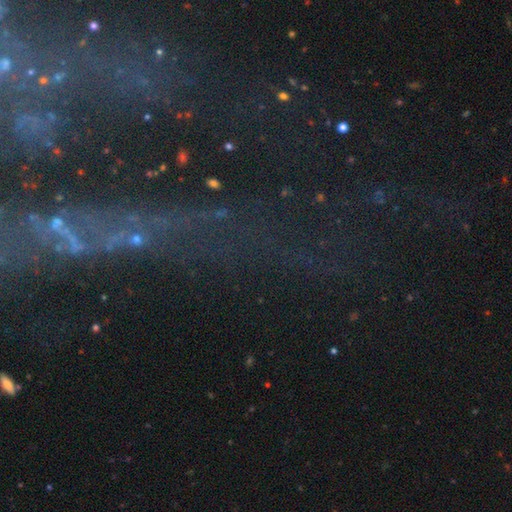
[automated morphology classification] Overall: star or artifact (55%; featured or disk 30%).